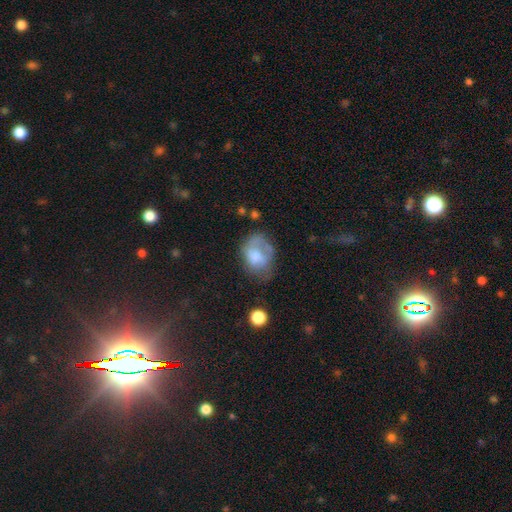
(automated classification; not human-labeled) smooth-or-featured: smooth: 58% | featured or disk: 32% | star or artifact: 10%
  how-rounded: in between: 61% | round: 38% | cigar-shaped: 1%
  merging: none: 35% | major disturbance: 30% | minor disturbance: 30% | merger: 5%